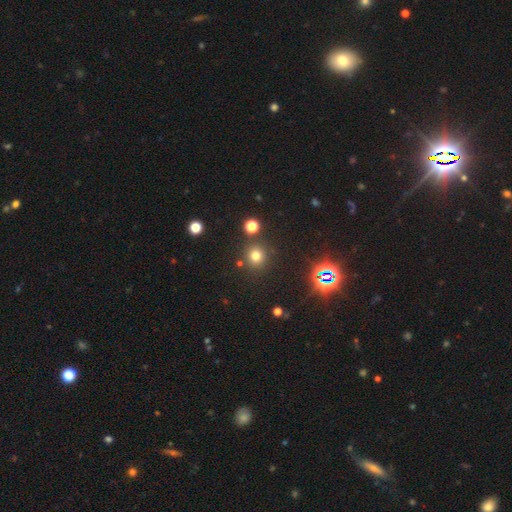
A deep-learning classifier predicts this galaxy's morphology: smooth_or_featured: smooth (p=0.71) [alt: star or artifact p=0.22]
how_rounded: round (p=0.91) [alt: in between p=0.08]
merging: none (p=0.84) [alt: minor disturbance p=0.08]